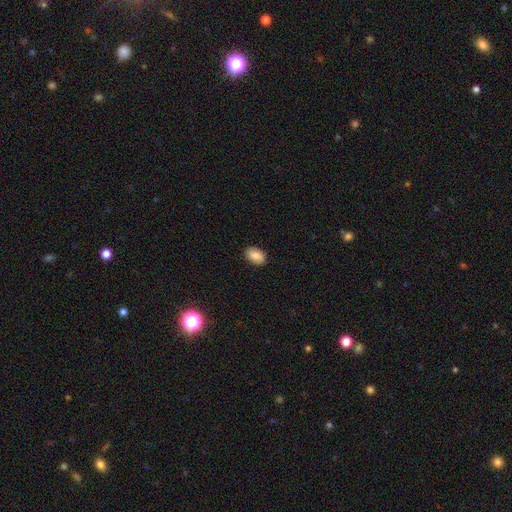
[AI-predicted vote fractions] Smooth or featured: smooth — 85% (star or artifact — 8%)
How rounded: in between — 86% (round — 13%)
Merging: none — 89% (minor disturbance — 8%)